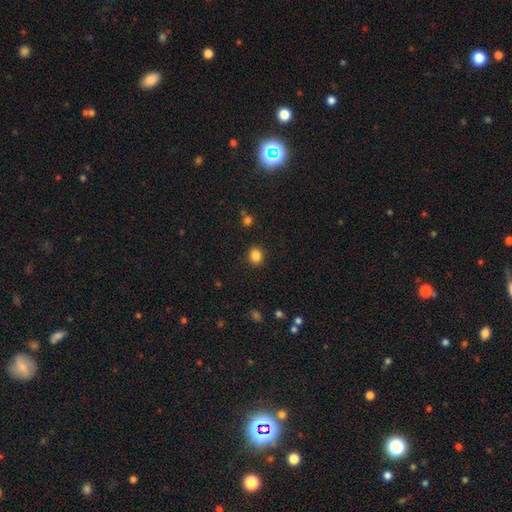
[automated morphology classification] smooth_or_featured: smooth (p=0.85) [alt: star or artifact p=0.11]
how_rounded: round (p=0.70) [alt: in between p=0.29]
merging: none (p=0.89) [alt: minor disturbance p=0.07]